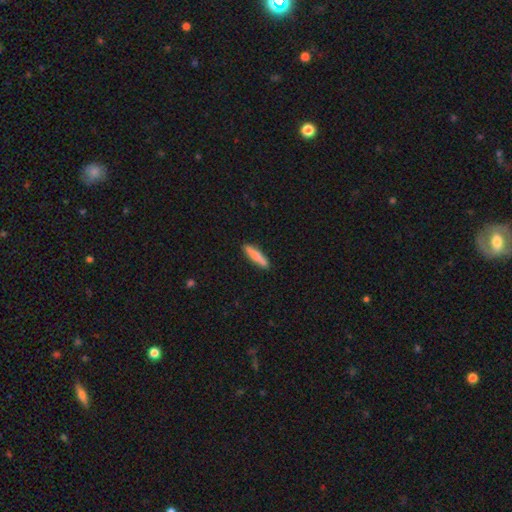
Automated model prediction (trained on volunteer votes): smooth-or-featured: smooth: 79% | featured or disk: 15% | star or artifact: 5%
  how-rounded: cigar-shaped: 83% | in between: 15% | round: 1%
  merging: none: 86% | minor disturbance: 10% | merger: 2% | major disturbance: 2%